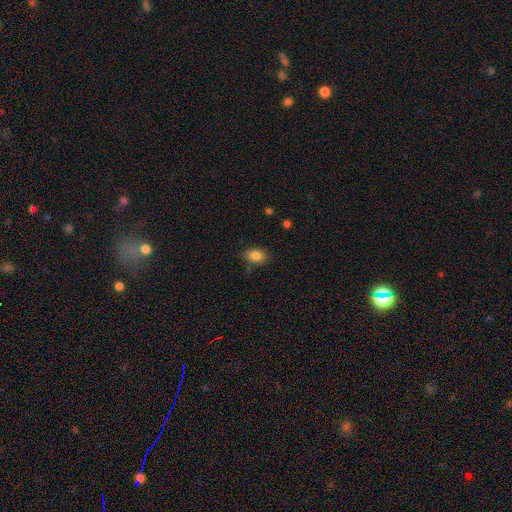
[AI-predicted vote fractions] A smooth galaxy with no disk features (84%) that is in between round and cigar-shaped (79%).

Vote fractions:
- Smooth or featured? smooth: 84% / star or artifact: 9% / featured or disk: 6%
- How rounded? in between: 79% / round: 20% / cigar-shaped: 1%
- Merging? none: 80% / minor disturbance: 14% / major disturbance: 3% / merger: 2%